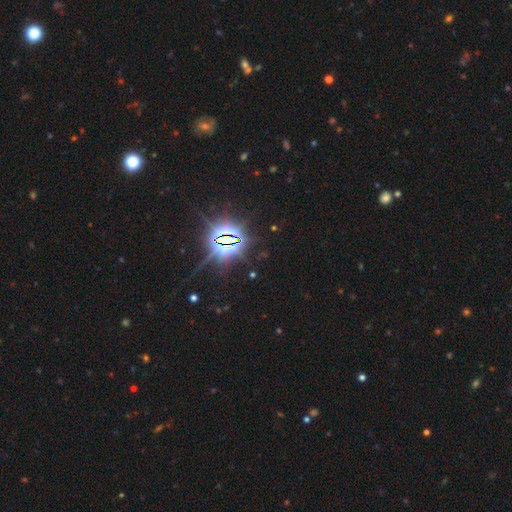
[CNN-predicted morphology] Smooth or featured: star or artifact — 85% (smooth — 9%)